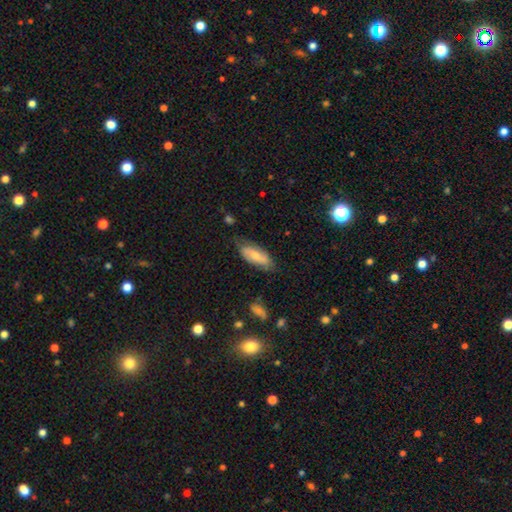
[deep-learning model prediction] This appears to be a smooth galaxy with no disk features (55%) that is in between round and cigar-shaped (77%). Merging: none (68%).